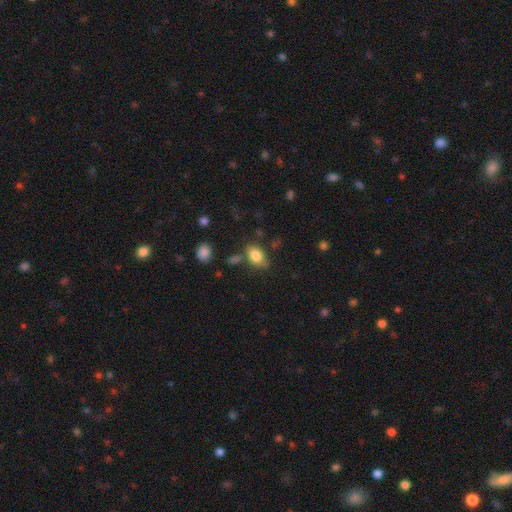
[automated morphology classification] This appears to be a smooth galaxy with no disk features (82%) that is in between round and cigar-shaped (85%). Merging: none (69%).